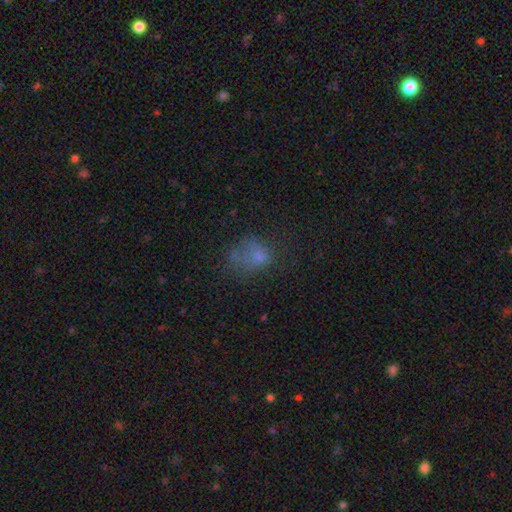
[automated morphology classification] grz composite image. It shows a smooth galaxy with no disk features (59%) that is in between round and cigar-shaped (52%). Merging: none (36%).